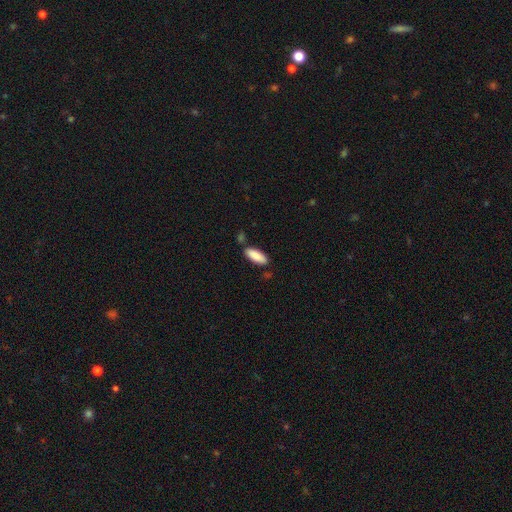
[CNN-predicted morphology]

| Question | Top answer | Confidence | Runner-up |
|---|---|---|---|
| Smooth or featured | smooth | 90% | star or artifact (6%) |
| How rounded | in between | 75% | cigar-shaped (23%) |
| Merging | none | 79% | minor disturbance (12%) |